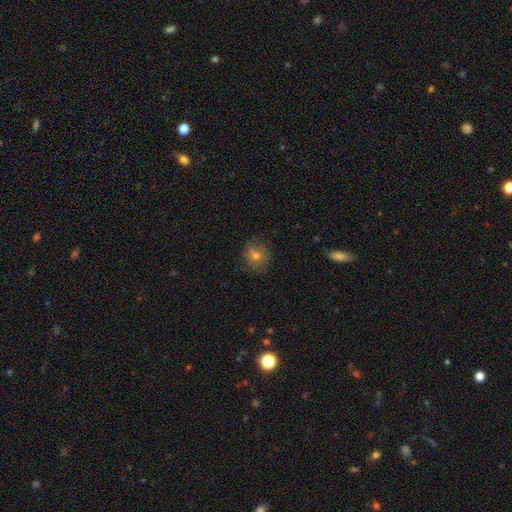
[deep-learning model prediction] Q: Smooth or featured?
A: smooth (64%); runner-up: featured or disk (21%)
Q: How rounded?
A: round (76%); runner-up: in between (23%)
Q: Merging?
A: none (76%); runner-up: minor disturbance (17%)